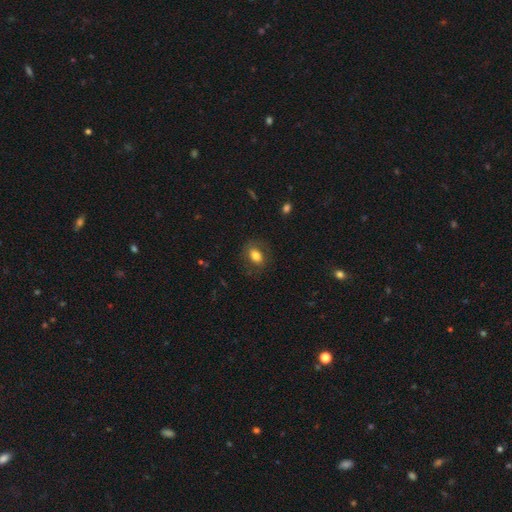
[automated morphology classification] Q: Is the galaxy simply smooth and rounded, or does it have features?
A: smooth — 76%.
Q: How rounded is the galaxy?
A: in between — 72%.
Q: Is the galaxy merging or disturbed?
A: none — 77%.